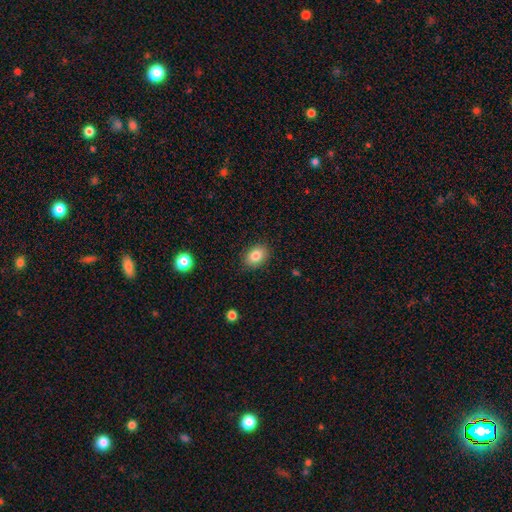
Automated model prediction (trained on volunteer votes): The model was most divided on "how rounded": in between: 77%, round: 22%, cigar-shaped: 1%. More confident: merging — none (87%); smooth or featured — smooth (83%).